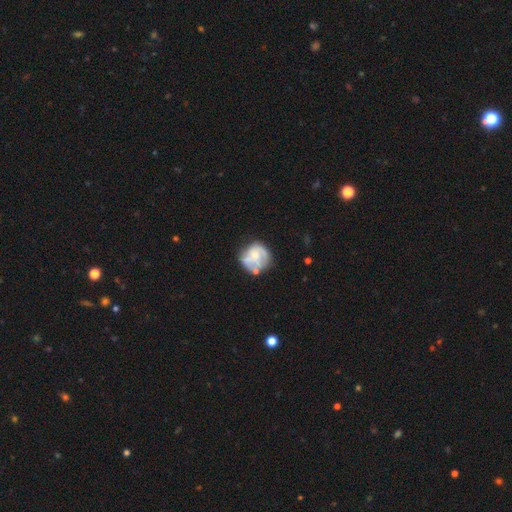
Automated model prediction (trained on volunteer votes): Q: Smooth or featured?
A: featured or disk (53%); runner-up: smooth (40%)
Q: Edge-on disk?
A: no (98%); runner-up: yes (2%)
Q: Bar?
A: no (77%); runner-up: weak (19%)
Q: Spiral arms?
A: yes (51%); runner-up: no (49%)
Q: Bulge size?
A: small (41%); runner-up: moderate (36%)
Q: Merging?
A: none (52%); runner-up: minor disturbance (26%)